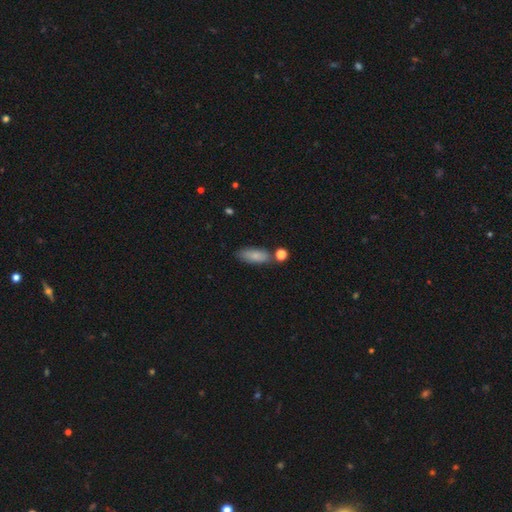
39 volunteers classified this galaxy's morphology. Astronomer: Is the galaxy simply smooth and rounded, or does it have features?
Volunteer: smooth — 77%.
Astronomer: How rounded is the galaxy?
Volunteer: in between — 67%.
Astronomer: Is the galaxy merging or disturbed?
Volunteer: none — 54% (runner-up: minor disturbance, 31%).